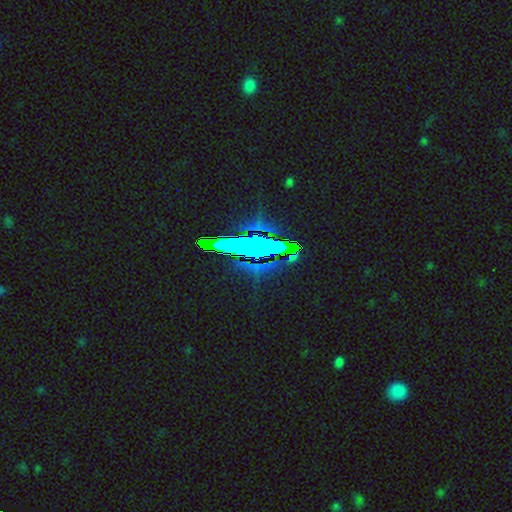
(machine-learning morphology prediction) type=star or artifact (75%).